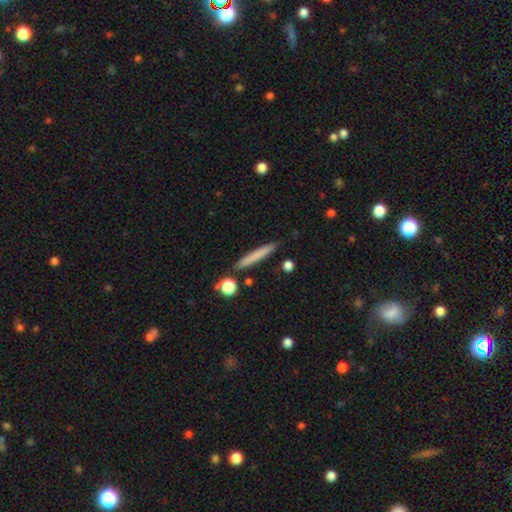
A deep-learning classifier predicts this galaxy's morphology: Smooth or featured: smooth — 72% (featured or disk — 21%)
How rounded: cigar-shaped — 95% (in between — 3%)
Merging: none — 87% (minor disturbance — 8%)